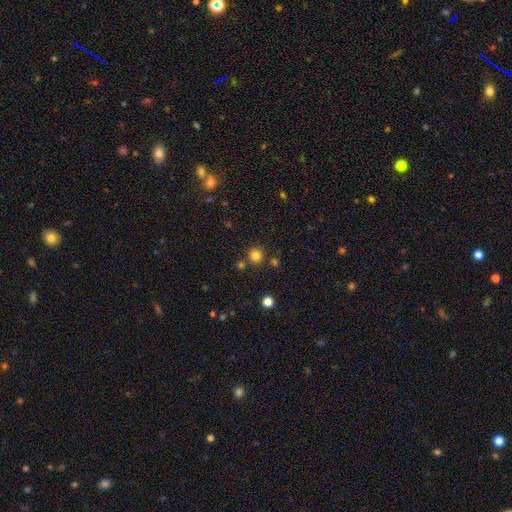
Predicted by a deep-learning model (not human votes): Smooth or featured? smooth (80%)
How rounded? round (92%)
Merging? none (81%)